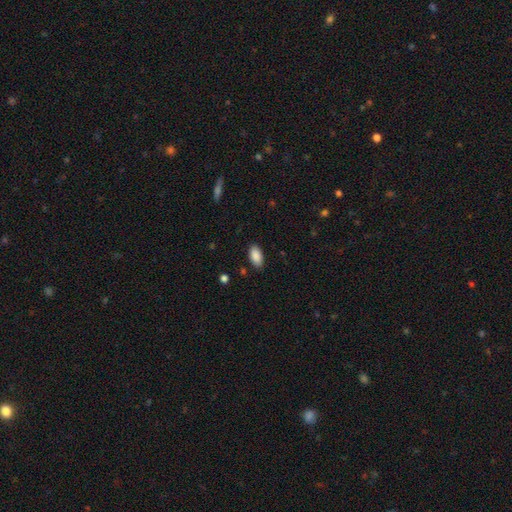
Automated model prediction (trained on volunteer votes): Q: Smooth or featured?
A: smooth (89%); runner-up: star or artifact (7%)
Q: How rounded?
A: in between (94%); runner-up: cigar-shaped (3%)
Q: Merging?
A: none (86%); runner-up: minor disturbance (10%)